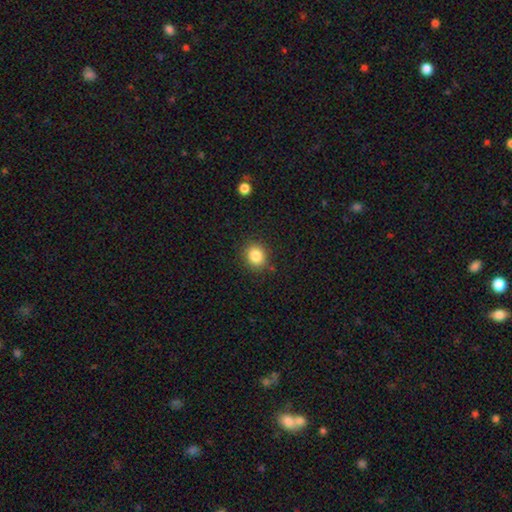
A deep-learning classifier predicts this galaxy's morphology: smooth-or-featured: smooth: 84% | star or artifact: 10% | featured or disk: 6%
  how-rounded: round: 71% | in between: 28% | cigar-shaped: 1%
  merging: none: 86% | minor disturbance: 9% | major disturbance: 3% | merger: 2%